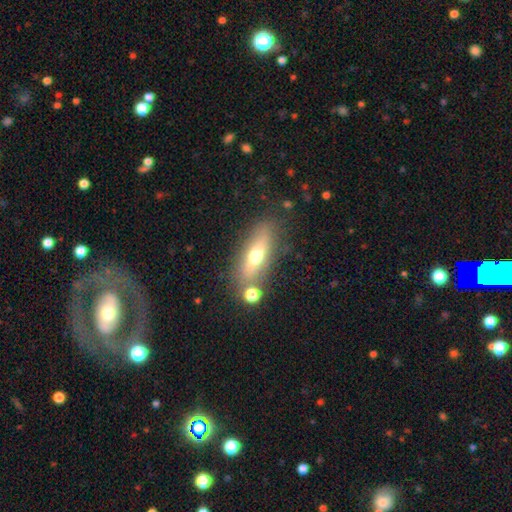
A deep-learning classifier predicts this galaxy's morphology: type=smooth (56%); roundness=in between (54%); merging=none (72%).